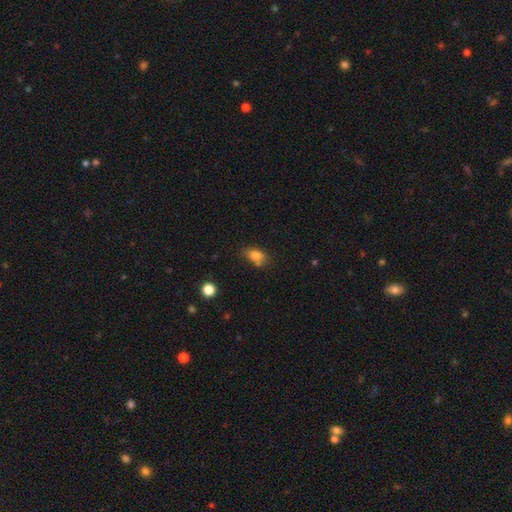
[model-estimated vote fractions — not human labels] A smooth galaxy with no disk features (78%) that is in between round and cigar-shaped (75%). Merging: none (50%).